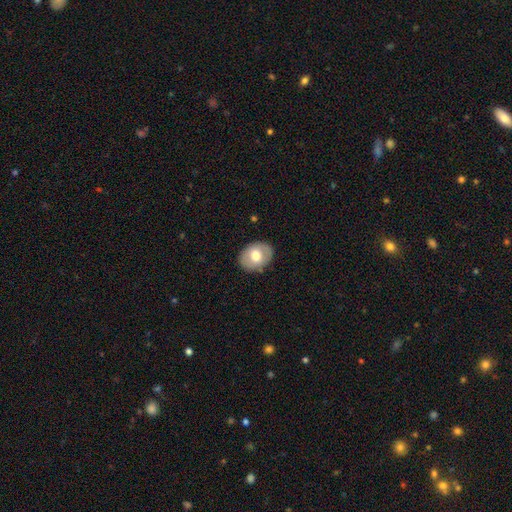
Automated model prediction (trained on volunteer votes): A smooth galaxy with no disk features (66%) that is in between round and cigar-shaped (62%). Merging: none (86%).